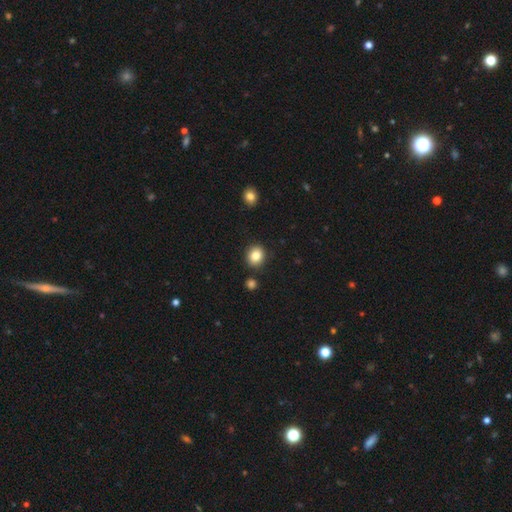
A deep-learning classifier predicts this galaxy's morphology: Q: Smooth or featured?
A: smooth (84%); runner-up: star or artifact (10%)
Q: How rounded?
A: round (75%); runner-up: in between (24%)
Q: Merging?
A: none (87%); runner-up: minor disturbance (8%)